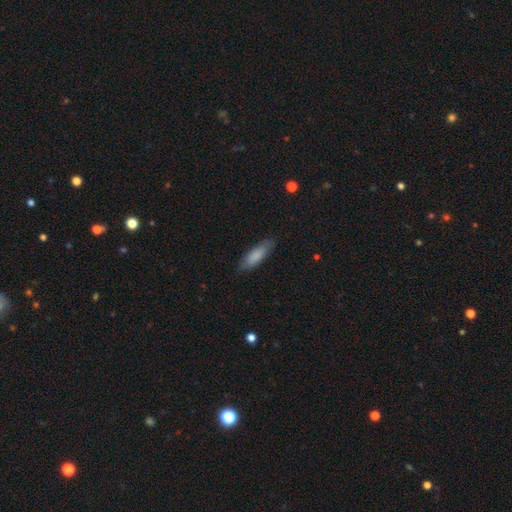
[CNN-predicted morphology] Smooth or featured? smooth (83%)
How rounded? cigar-shaped (55%)
Merging? none (85%)